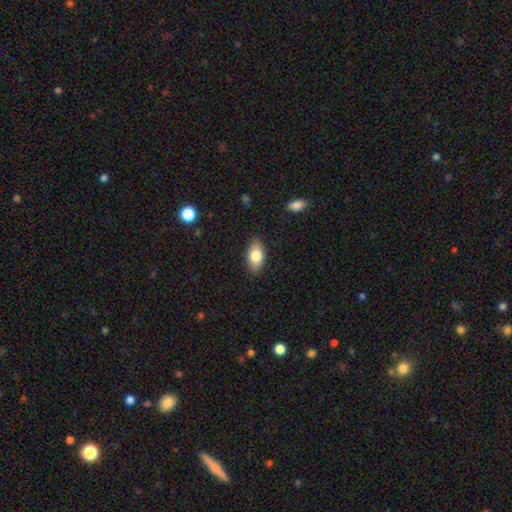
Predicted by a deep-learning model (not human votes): Morphology: type=smooth (80%); roundness=in between (92%); merging=none (87%).